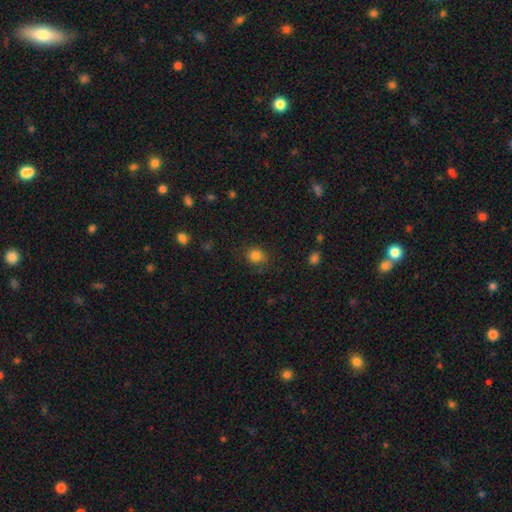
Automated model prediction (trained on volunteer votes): Q: Smooth or featured?
A: smooth (83%); runner-up: star or artifact (12%)
Q: How rounded?
A: round (71%); runner-up: in between (28%)
Q: Merging?
A: none (82%); runner-up: minor disturbance (13%)